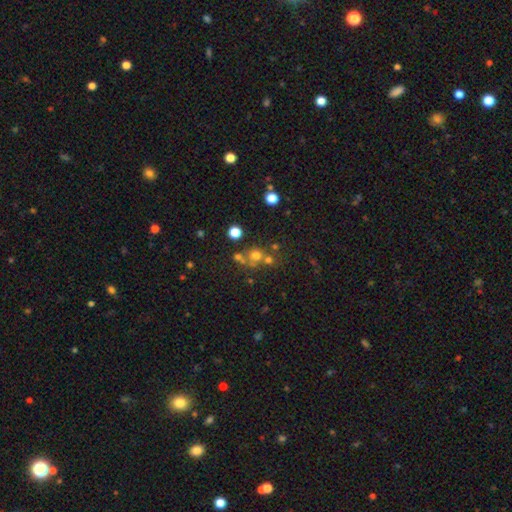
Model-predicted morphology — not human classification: type=smooth (61%); roundness=round (86%); merging=none (53%).